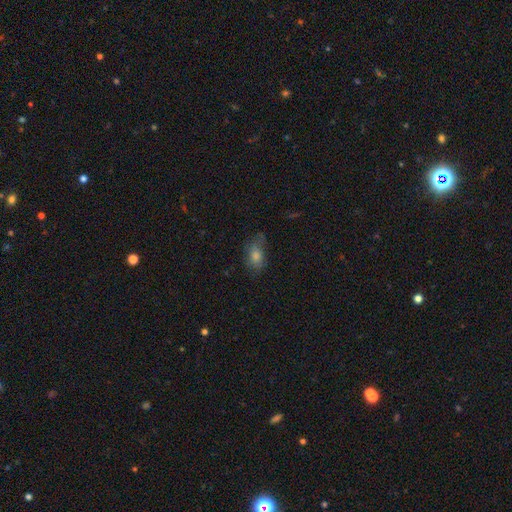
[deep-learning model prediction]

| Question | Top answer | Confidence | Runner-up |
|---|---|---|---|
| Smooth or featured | smooth | 66% | featured or disk (18%) |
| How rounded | in between | 79% | round (15%) |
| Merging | none | 60% | minor disturbance (27%) |